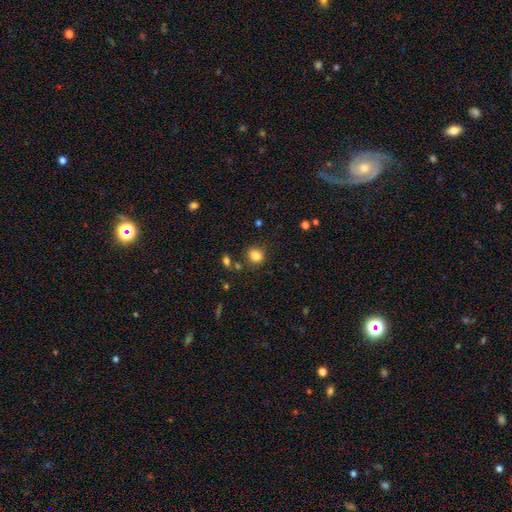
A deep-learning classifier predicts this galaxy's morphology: Q: Smooth or featured?
A: smooth (83%); runner-up: star or artifact (11%)
Q: How rounded?
A: round (82%); runner-up: in between (17%)
Q: Merging?
A: none (84%); runner-up: minor disturbance (9%)